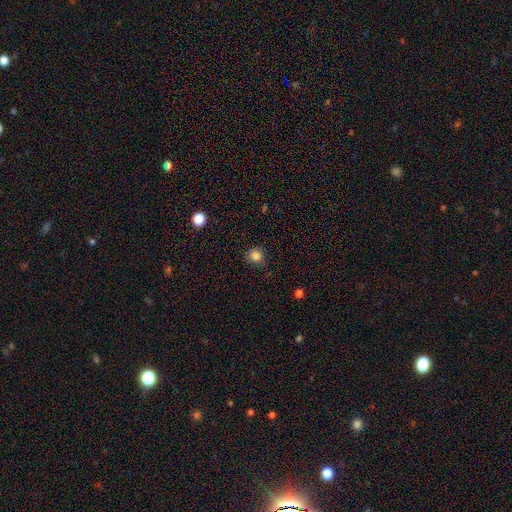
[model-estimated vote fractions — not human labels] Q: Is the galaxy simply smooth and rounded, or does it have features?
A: smooth — 84%.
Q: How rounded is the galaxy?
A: round — 86%.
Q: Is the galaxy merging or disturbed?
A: none — 85%.